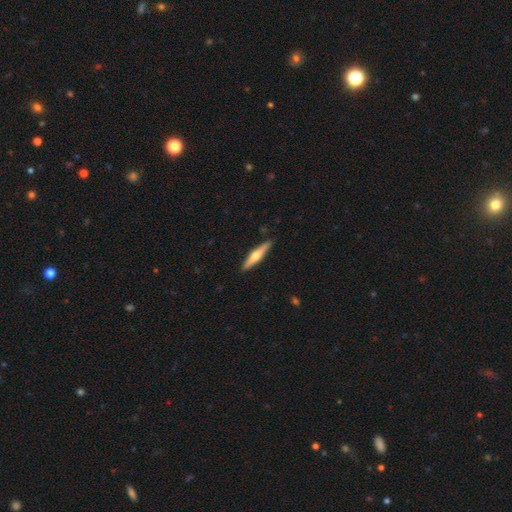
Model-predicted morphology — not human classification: type=featured or disk (55%); edge-on=yes (96%); edge-on bulge=rounded (91%); merging=none (91%).